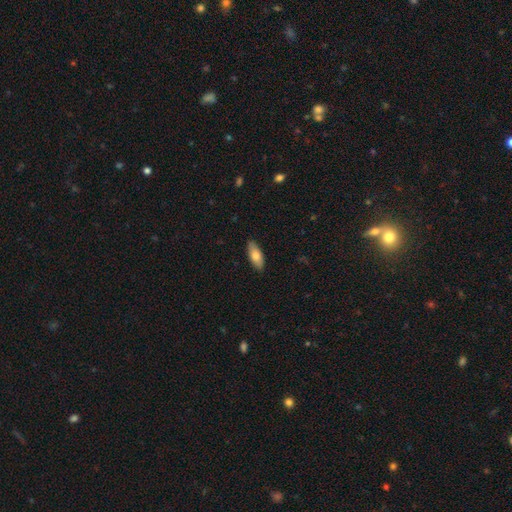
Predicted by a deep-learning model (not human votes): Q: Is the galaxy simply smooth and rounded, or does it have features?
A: smooth — 77%.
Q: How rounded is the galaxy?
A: in between — 76%.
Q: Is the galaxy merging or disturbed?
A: none — 88%.